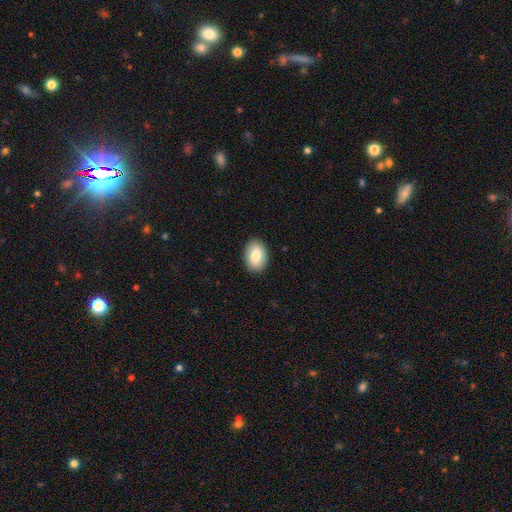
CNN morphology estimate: The model was most divided on "smooth or featured": smooth: 81%, featured or disk: 12%, star or artifact: 7%. More confident: merging — none (90%); how rounded — in between (85%).